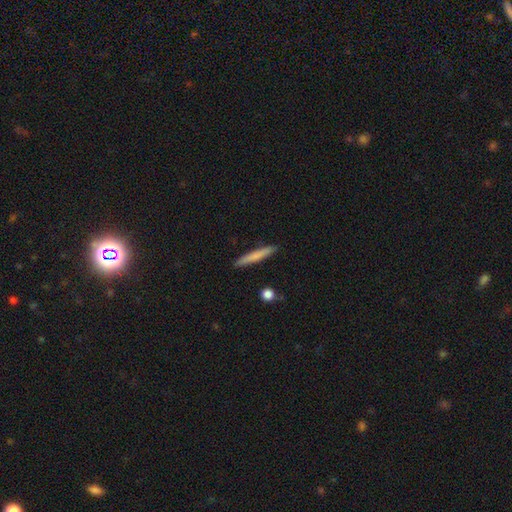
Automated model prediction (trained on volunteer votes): smooth-or-featured: smooth: 72% | featured or disk: 22% | star or artifact: 6%
  how-rounded: cigar-shaped: 95% | in between: 4% | round: 1%
  merging: none: 90% | minor disturbance: 7% | merger: 2% | major disturbance: 2%